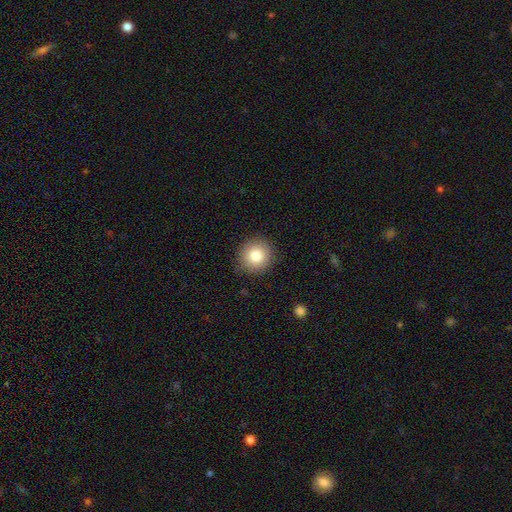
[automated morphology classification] A smooth galaxy with no disk features (84%) that is round (93%). Merging: none (89%).